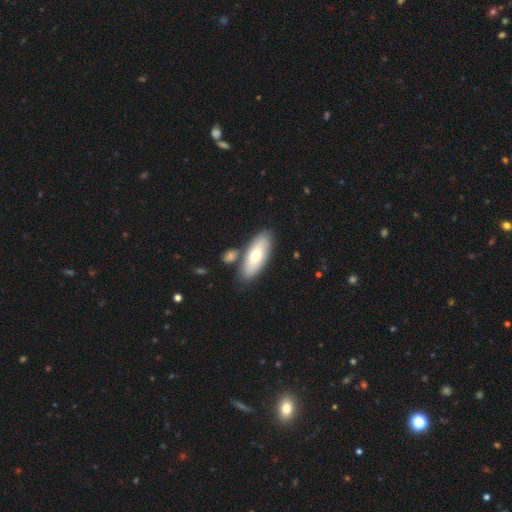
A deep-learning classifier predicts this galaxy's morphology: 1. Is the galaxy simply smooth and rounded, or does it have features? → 60% smooth, 34% featured or disk, 5% star or artifact.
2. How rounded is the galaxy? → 79% in between, 18% cigar-shaped, 2% round.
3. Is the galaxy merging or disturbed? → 76% none, 11% minor disturbance, 11% merger, 3% major disturbance.